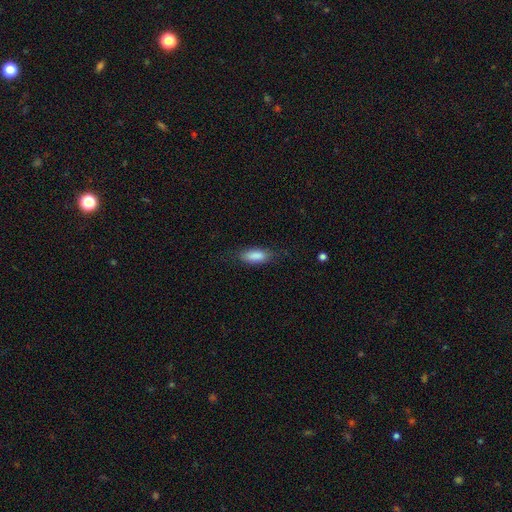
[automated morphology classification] type=smooth (85%); roundness=in between (74%); merging=none (77%).